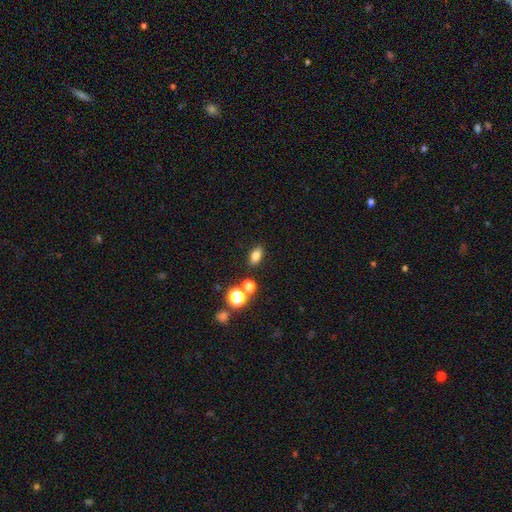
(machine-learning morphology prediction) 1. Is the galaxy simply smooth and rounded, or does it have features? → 76% smooth, 14% star or artifact, 10% featured or disk.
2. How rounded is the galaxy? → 80% in between, 15% round, 6% cigar-shaped.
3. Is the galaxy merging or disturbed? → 84% none, 9% minor disturbance, 5% merger, 3% major disturbance.